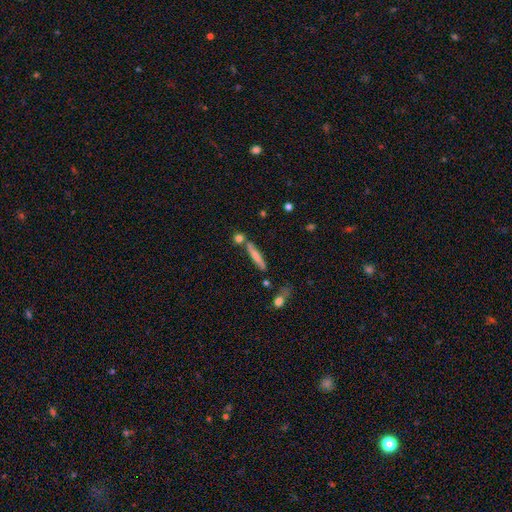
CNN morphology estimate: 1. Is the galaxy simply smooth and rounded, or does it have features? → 65% smooth, 28% featured or disk, 7% star or artifact.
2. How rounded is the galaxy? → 90% cigar-shaped, 8% in between, 2% round.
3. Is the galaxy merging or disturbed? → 69% none, 14% minor disturbance, 14% merger, 4% major disturbance.